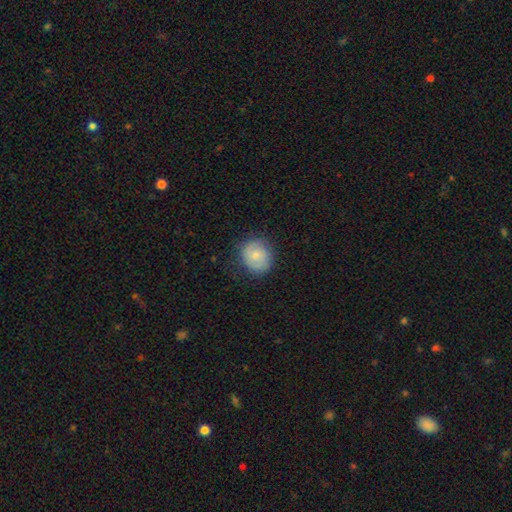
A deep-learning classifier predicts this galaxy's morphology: smooth_or_featured: smooth (p=0.62) [alt: featured or disk p=0.31]
how_rounded: round (p=0.80) [alt: in between p=0.19]
merging: none (p=0.80) [alt: minor disturbance p=0.15]